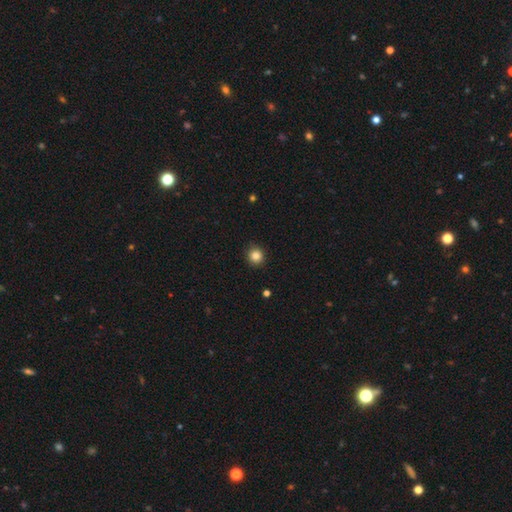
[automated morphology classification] This is clearly a smooth galaxy (84%). How rounded: clearly round (92%). Merging: clearly none (91%).